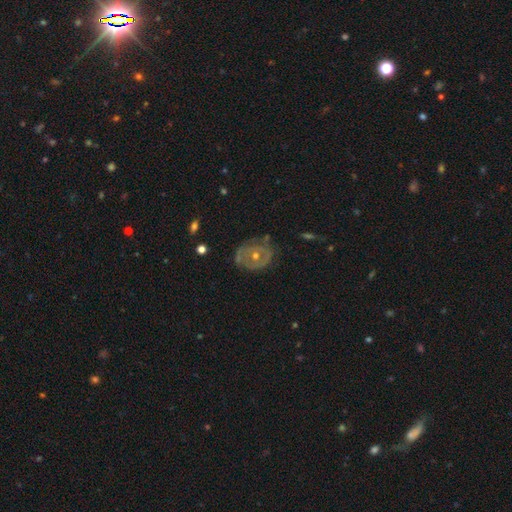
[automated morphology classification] featured or disk 69%, smooth 22%, star or artifact 9%. Down the decision tree: edge-on disk — no (96%); bar — no (82%); spiral arms — no (52%); bulge size — moderate (51%); merging — none (71%).